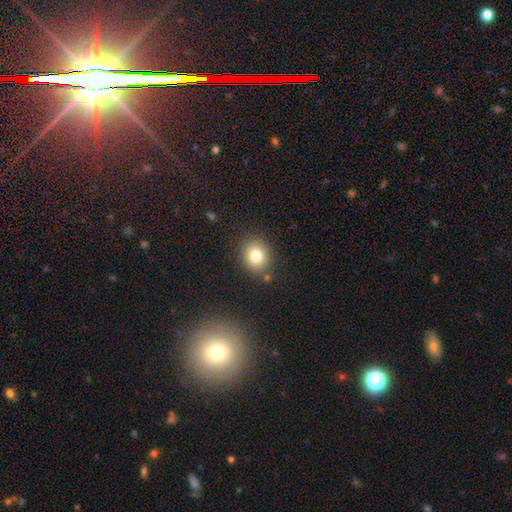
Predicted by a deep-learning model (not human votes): Morphology: type=smooth (80%); roundness=round (71%); merging=none (84%).